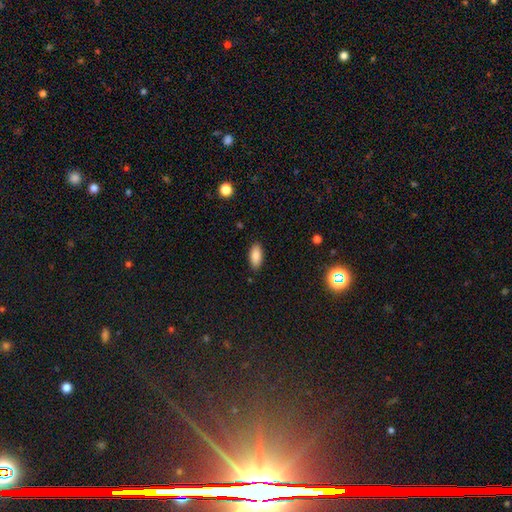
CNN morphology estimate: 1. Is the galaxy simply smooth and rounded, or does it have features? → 88% smooth, 7% star or artifact, 5% featured or disk.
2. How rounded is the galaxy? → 88% in between, 10% cigar-shaped, 2% round.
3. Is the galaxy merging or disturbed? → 88% none, 9% minor disturbance, 2% major disturbance, 1% merger.